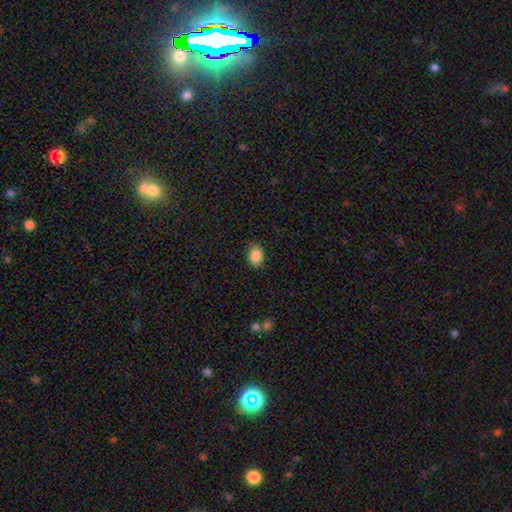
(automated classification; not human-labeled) Q: Smooth or featured?
A: smooth (86%); runner-up: star or artifact (9%)
Q: How rounded?
A: in between (65%); runner-up: round (34%)
Q: Merging?
A: none (82%); runner-up: minor disturbance (14%)